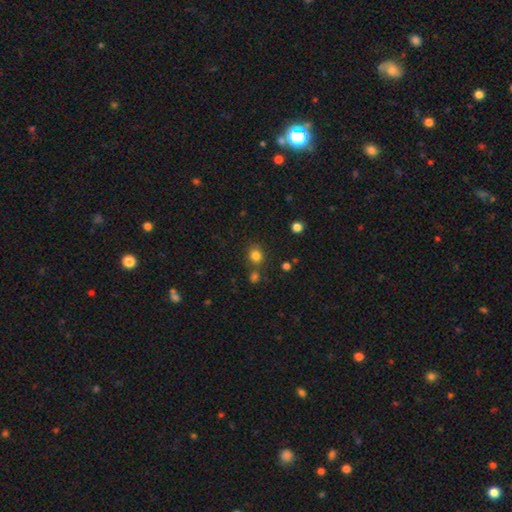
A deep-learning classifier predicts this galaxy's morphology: Q: Smooth or featured?
A: smooth (80%); runner-up: star or artifact (14%)
Q: How rounded?
A: round (77%); runner-up: in between (22%)
Q: Merging?
A: none (74%); runner-up: merger (12%)